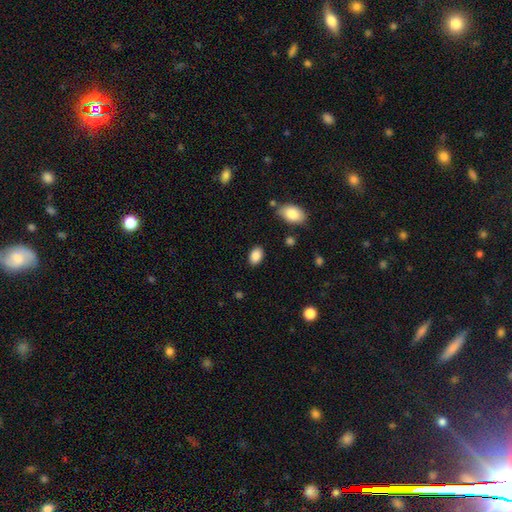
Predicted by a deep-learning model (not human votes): The model was most divided on "how rounded": in between: 86%, round: 12%, cigar-shaped: 1%. More confident: smooth or featured — smooth (89%); merging — none (86%).